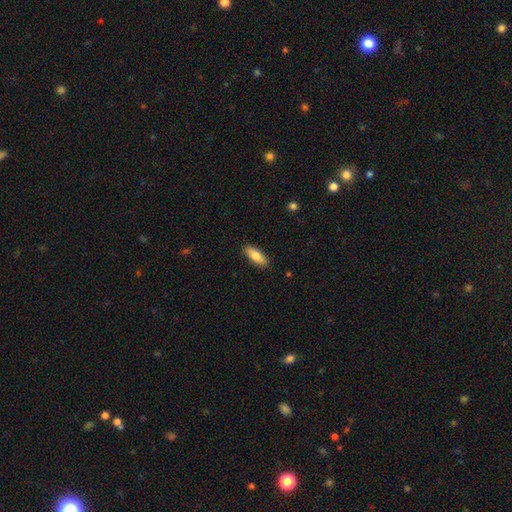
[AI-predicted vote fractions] This appears to be a smooth galaxy with no disk features (79%) that is in between round and cigar-shaped (68%). Merging: none (88%).